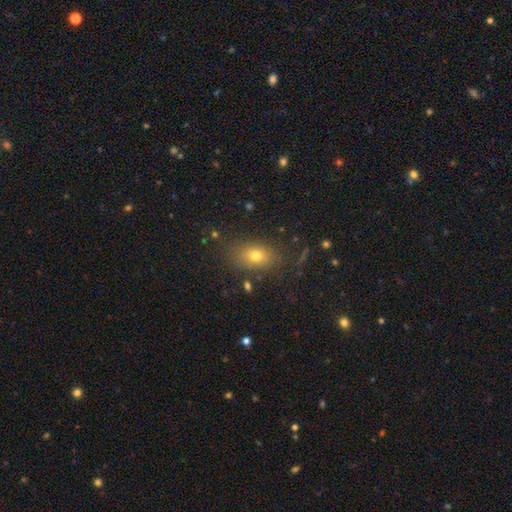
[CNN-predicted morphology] Overall: smooth (72%). How rounded: in between (76%). Merging: none (81%).